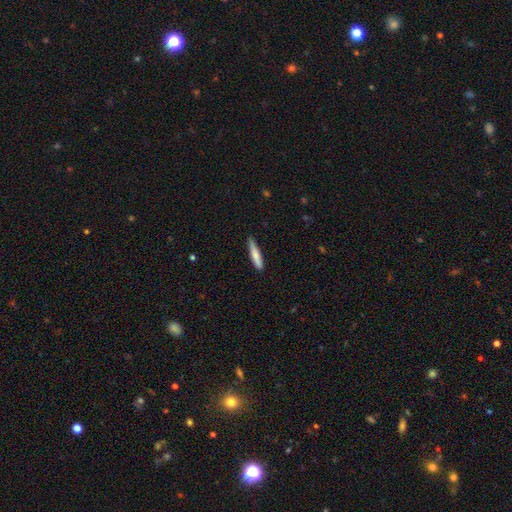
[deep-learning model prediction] A smooth galaxy with no disk features (75%) that is cigar-shaped (88%).

Vote fractions:
- Smooth or featured? smooth: 75% / featured or disk: 19% / star or artifact: 5%
- How rounded? cigar-shaped: 88% / in between: 11% / round: 1%
- Merging? none: 83% / minor disturbance: 14% / major disturbance: 2% / merger: 1%